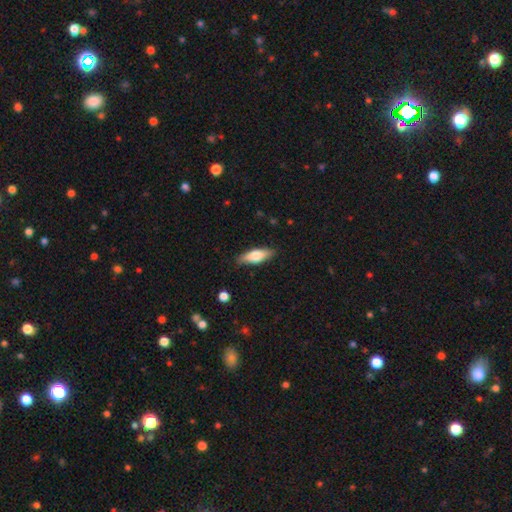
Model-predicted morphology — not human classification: A smooth galaxy with no disk features (68%) that is in between round and cigar-shaped (60%).

Vote fractions:
- Smooth or featured? smooth: 68% / featured or disk: 26% / star or artifact: 6%
- How rounded? in between: 60% / cigar-shaped: 37% / round: 2%
- Merging? none: 85% / minor disturbance: 11% / major disturbance: 2% / merger: 1%